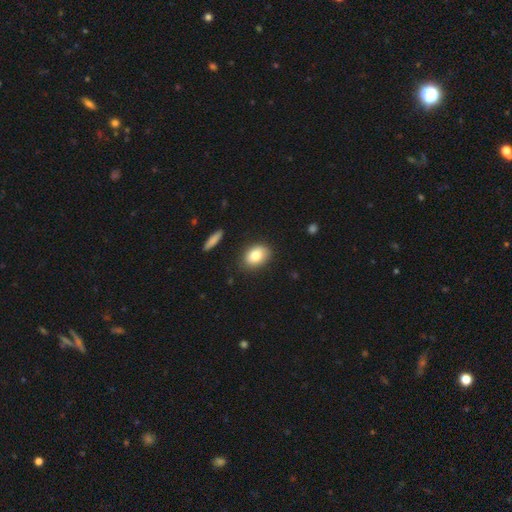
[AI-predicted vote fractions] smooth 80%, featured or disk 12%, star or artifact 8%. Down the decision tree: how rounded — in between (80%); merging — none (84%).